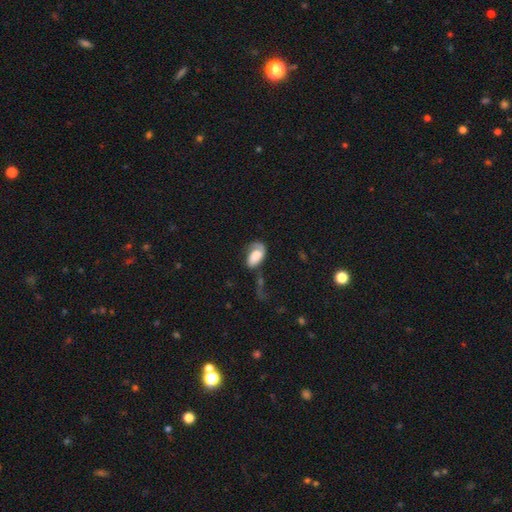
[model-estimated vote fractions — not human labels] smooth-or-featured: smooth: 52% | featured or disk: 41% | star or artifact: 8%
  how-rounded: in between: 92% | round: 6% | cigar-shaped: 2%
  merging: none: 36% | major disturbance: 30% | minor disturbance: 26% | merger: 7%